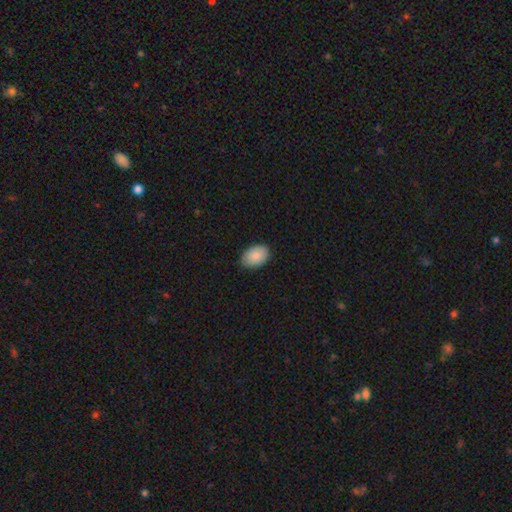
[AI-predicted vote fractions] The model was most divided on "merging": none: 84%, minor disturbance: 13%, major disturbance: 2%, merger: 1%. More confident: how rounded — in between (88%); smooth or featured — smooth (88%).